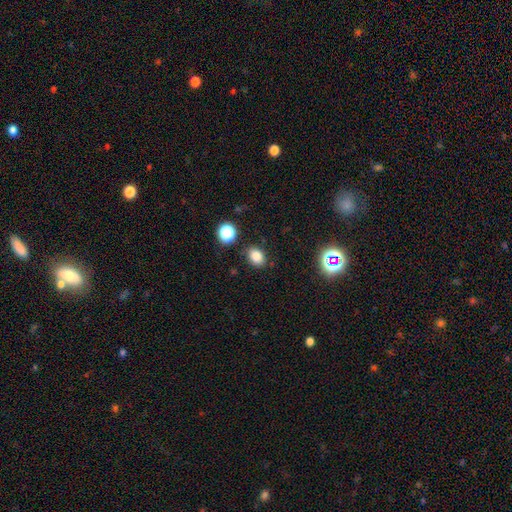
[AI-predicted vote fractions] Smooth or featured? smooth (82%)
How rounded? in between (63%)
Merging? none (83%)